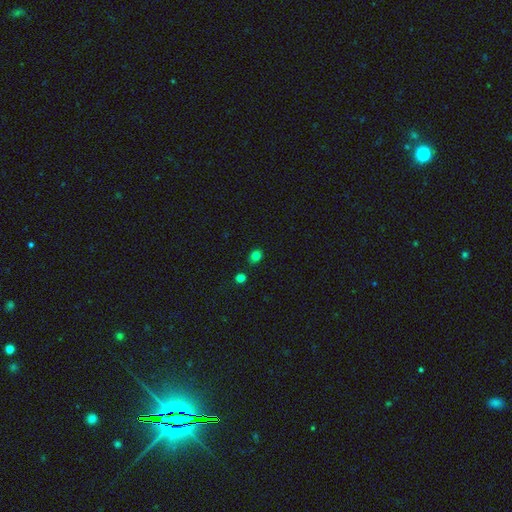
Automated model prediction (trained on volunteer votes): Smooth or featured?
  - smooth: 80% *
  - star or artifact: 15%
  - featured or disk: 5%
How rounded?
  - round: 58% *
  - in between: 41%
  - cigar-shaped: 1%
Merging?
  - none: 81% *
  - minor disturbance: 11%
  - merger: 5%
  - major disturbance: 3%